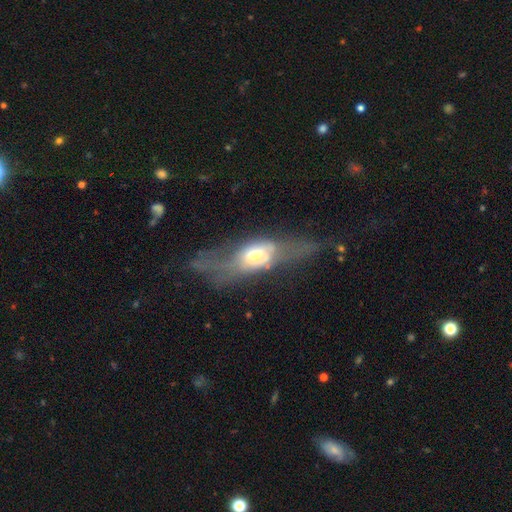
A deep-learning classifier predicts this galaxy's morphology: featured or disk 56%, smooth 35%, star or artifact 10%. Down the decision tree: edge-on disk — no (54%); merging — major disturbance (43%).